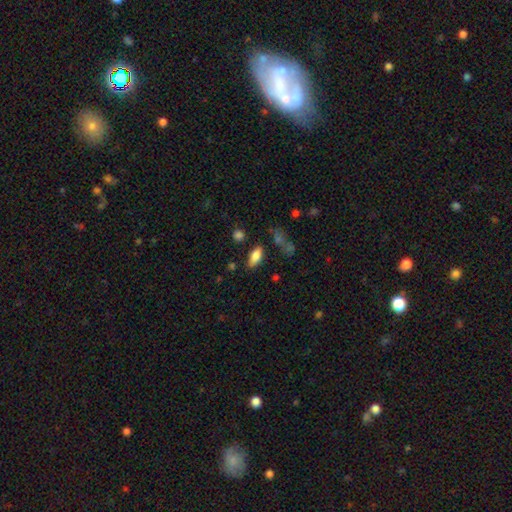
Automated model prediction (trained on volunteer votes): Smooth or featured: smooth — 82% (featured or disk — 10%)
How rounded: in between — 86% (cigar-shaped — 11%)
Merging: none — 75% (minor disturbance — 16%)